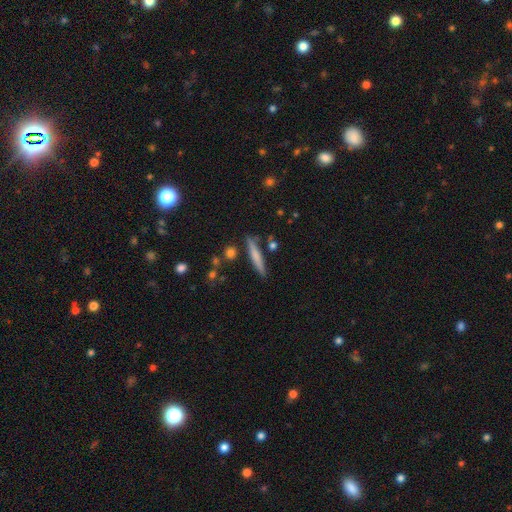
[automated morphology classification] smooth_or_featured: smooth (p=0.64) [alt: featured or disk p=0.30]
how_rounded: cigar-shaped (p=0.92) [alt: in between p=0.06]
merging: none (p=0.84) [alt: minor disturbance p=0.10]